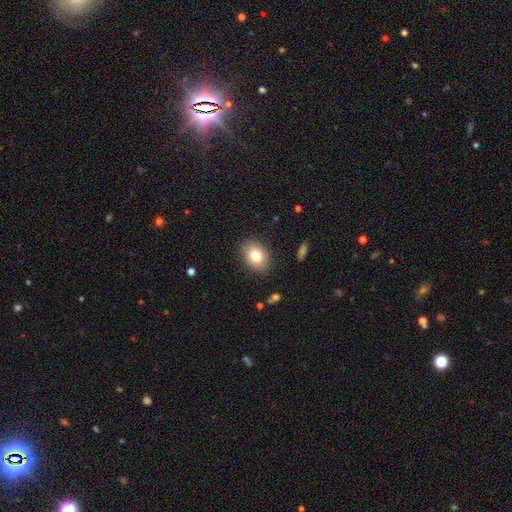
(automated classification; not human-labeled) The model was most divided on "how rounded": in between: 61%, round: 38%, cigar-shaped: 1%. More confident: merging — none (88%); smooth or featured — smooth (79%).